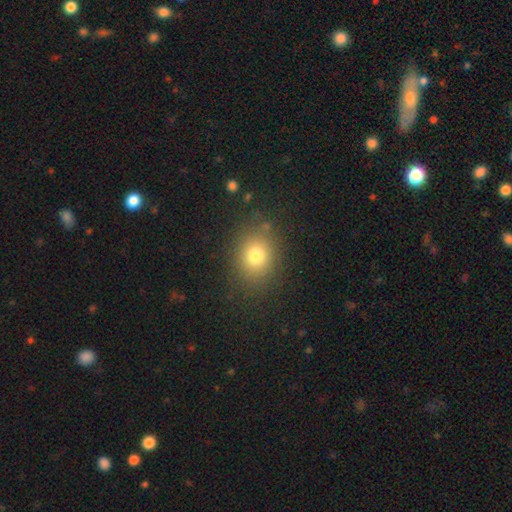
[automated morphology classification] Smooth or featured? smooth (76%)
How rounded? round (60%)
Merging? none (84%)